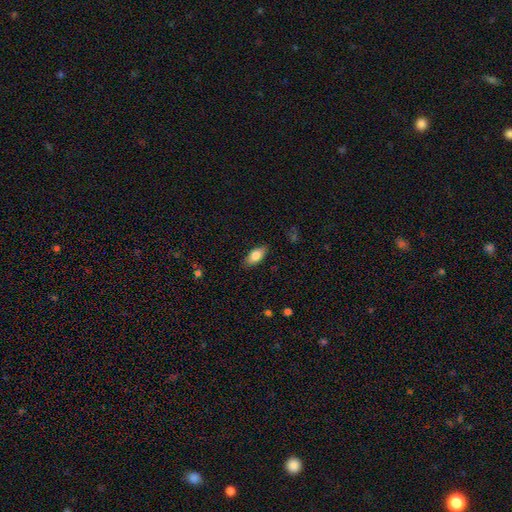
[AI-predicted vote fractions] This is clearly a smooth galaxy (81%). How rounded: clearly in between (87%). Merging: clearly none (85%).